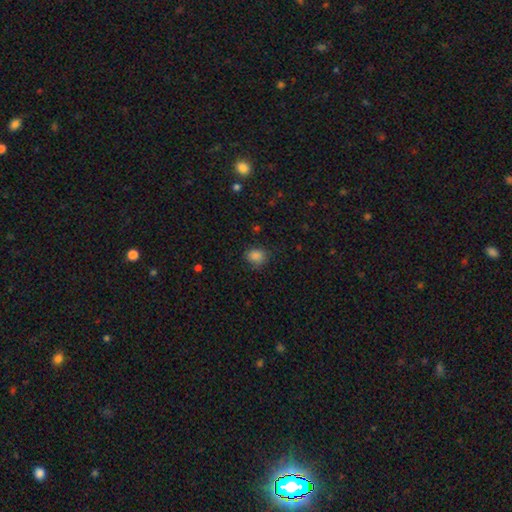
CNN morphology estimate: This appears to be a smooth galaxy with no disk features (85%) that is round (62%). Merging: none (79%).